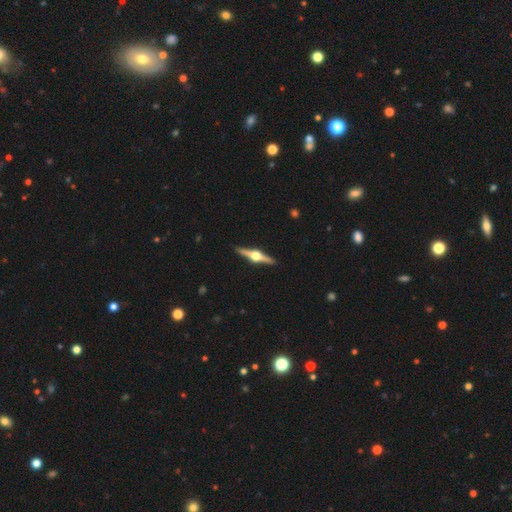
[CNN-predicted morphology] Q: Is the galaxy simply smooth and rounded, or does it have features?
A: featured or disk — 86%.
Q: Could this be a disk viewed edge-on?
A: yes — 98%.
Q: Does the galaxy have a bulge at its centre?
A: rounded — 97%.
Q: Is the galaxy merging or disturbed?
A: none — 92%.